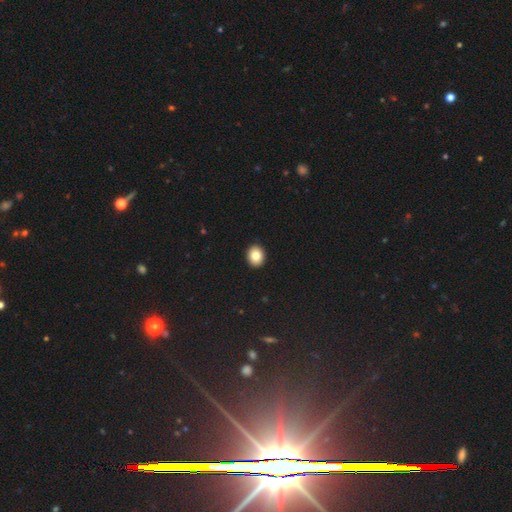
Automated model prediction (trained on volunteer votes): smooth_or_featured: smooth (p=0.83) [alt: star or artifact p=0.09]
how_rounded: round (p=0.62) [alt: in between p=0.37]
merging: none (p=0.93) [alt: minor disturbance p=0.05]